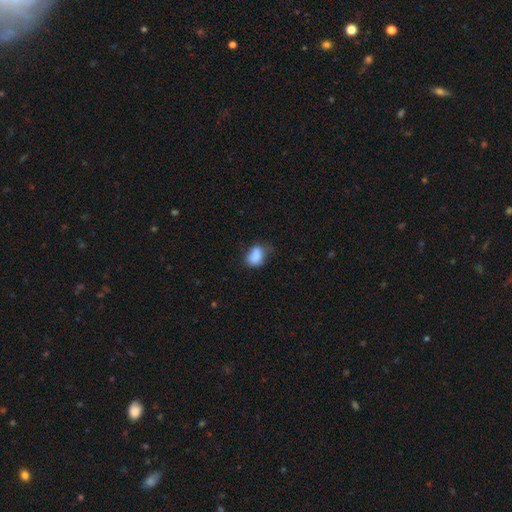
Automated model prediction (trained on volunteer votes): A smooth galaxy with no disk features (85%) that is in between round and cigar-shaped (70%). Merging: none (54%).